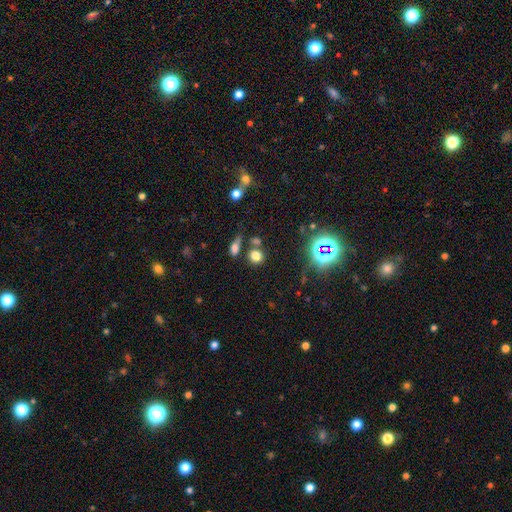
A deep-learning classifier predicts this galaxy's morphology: Smooth or featured? smooth (73%)
How rounded? round (80%)
Merging? none (71%)